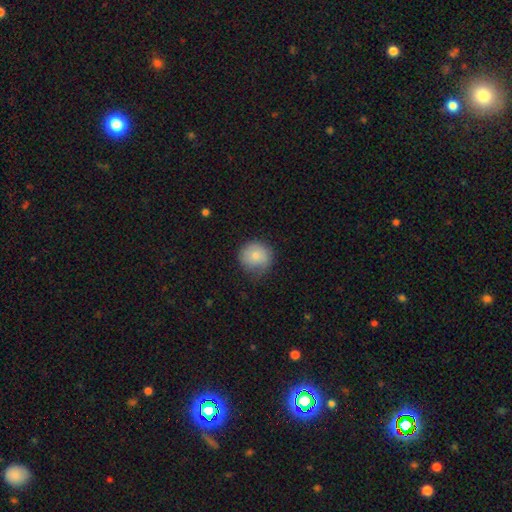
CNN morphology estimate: The model was most divided on "merging": none: 63%, minor disturbance: 28%, major disturbance: 7%, merger: 1%. More confident: how rounded — round (91%); smooth or featured — smooth (79%).